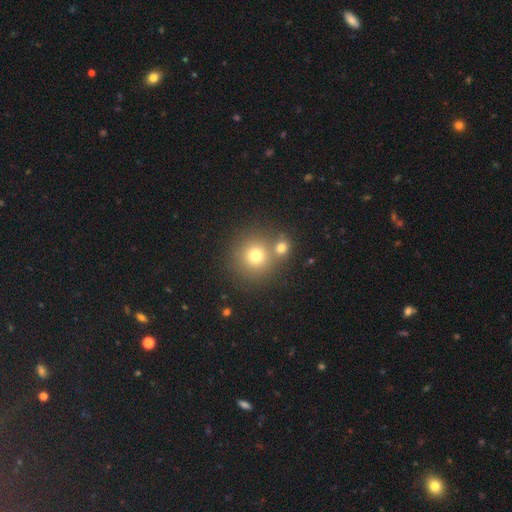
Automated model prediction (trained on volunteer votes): Smooth or featured: smooth — 74% (star or artifact — 15%)
How rounded: round — 92% (in between — 7%)
Merging: none — 63% (merger — 27%)